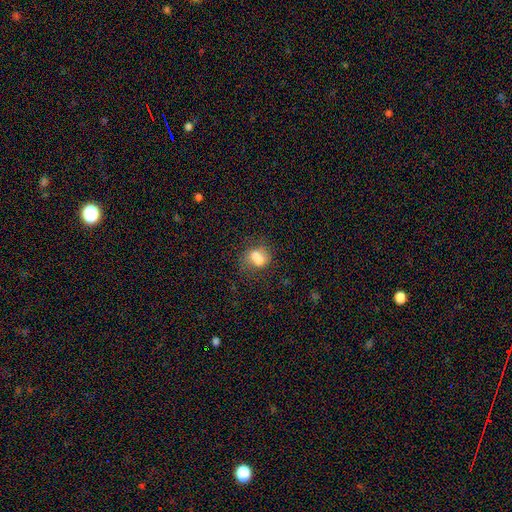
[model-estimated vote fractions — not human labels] Q: Smooth or featured?
A: smooth (69%); runner-up: featured or disk (18%)
Q: How rounded?
A: in between (57%); runner-up: round (40%)
Q: Merging?
A: none (46%); runner-up: merger (21%)